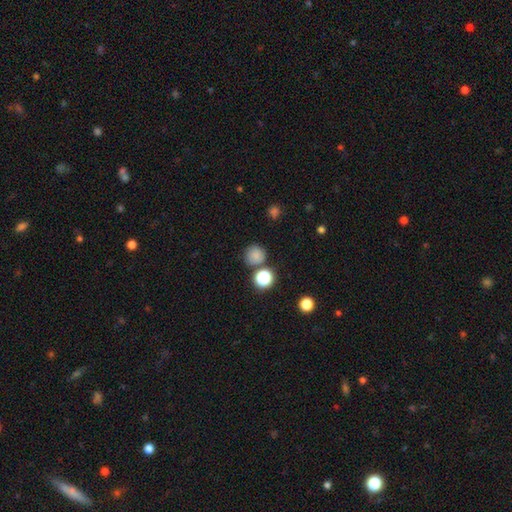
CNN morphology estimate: smooth 78%, star or artifact 16%, featured or disk 7%. Down the decision tree: how rounded — round (91%); merging — none (75%).